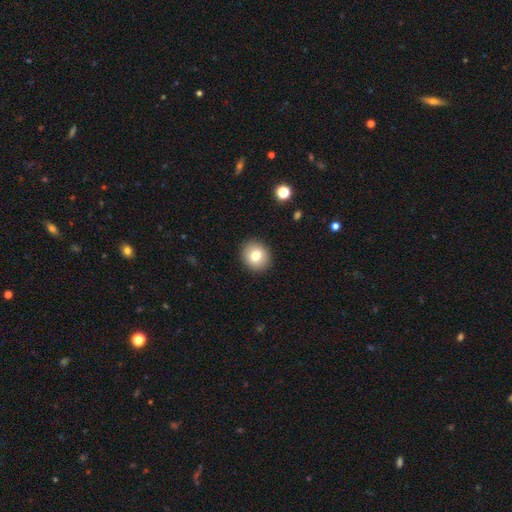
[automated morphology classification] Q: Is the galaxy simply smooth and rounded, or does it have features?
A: smooth — 78%.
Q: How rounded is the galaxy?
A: round — 78%.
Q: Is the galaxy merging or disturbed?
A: none — 91%.